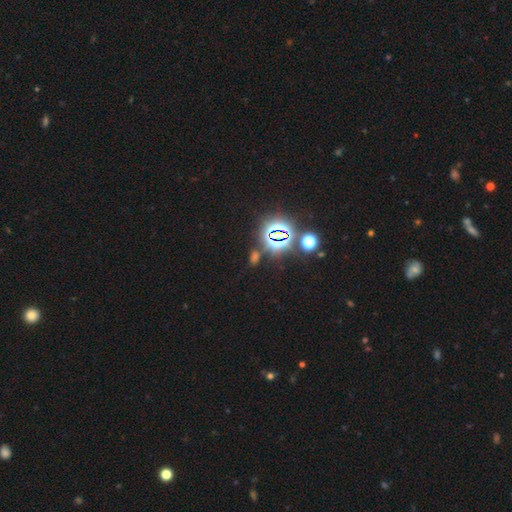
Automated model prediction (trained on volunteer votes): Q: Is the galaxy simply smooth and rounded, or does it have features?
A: star or artifact — 76%.